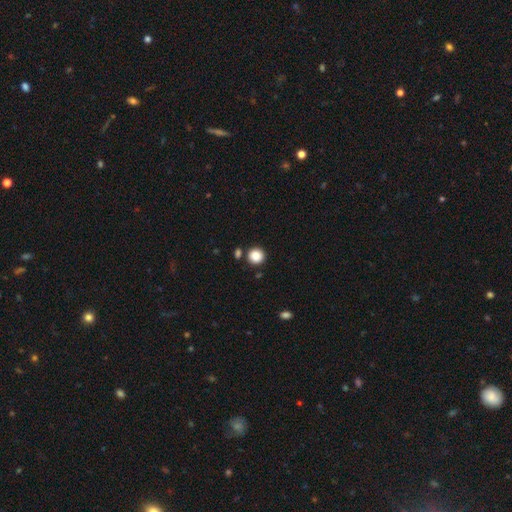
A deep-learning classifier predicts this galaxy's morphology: A smooth galaxy with no disk features (87%) that is round (93%). Merging: none (85%).